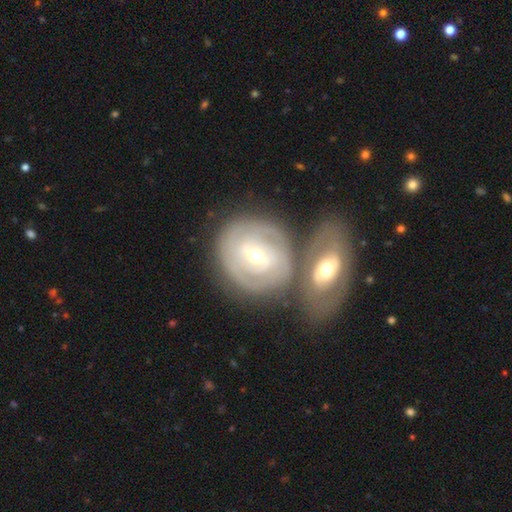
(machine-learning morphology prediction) type=featured or disk (78%); edge-on=no (95%); bar=weak (48%); spiral arms=yes (81%); winding=tight (74%); arm count=can't tell (40%); bulge=moderate (57%); merging=none (47%).